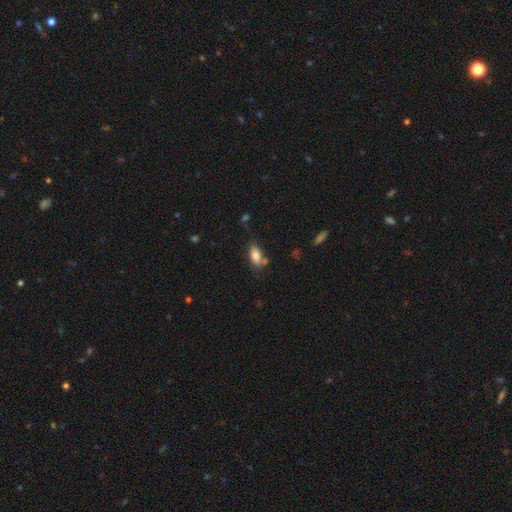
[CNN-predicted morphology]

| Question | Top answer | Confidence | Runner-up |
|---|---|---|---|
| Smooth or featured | smooth | 80% | featured or disk (12%) |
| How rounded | in between | 88% | cigar-shaped (8%) |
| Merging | none | 67% | minor disturbance (19%) |